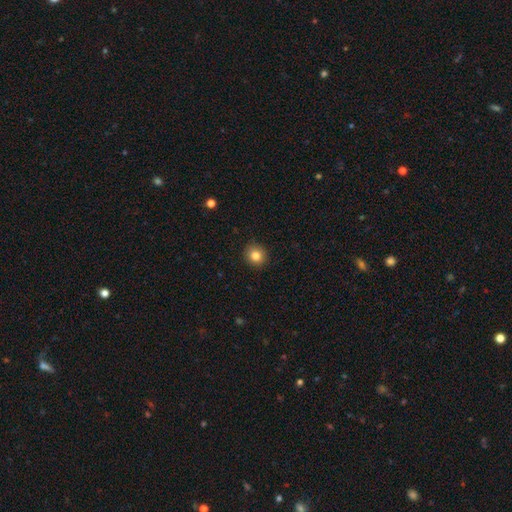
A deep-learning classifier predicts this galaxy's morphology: type=smooth (83%); roundness=round (86%); merging=none (90%).